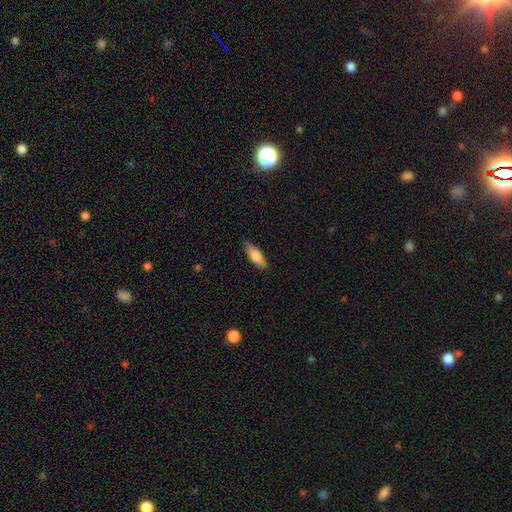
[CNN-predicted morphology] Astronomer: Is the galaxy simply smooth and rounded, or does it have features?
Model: smooth — 77%.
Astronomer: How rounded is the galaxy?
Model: in between — 62%.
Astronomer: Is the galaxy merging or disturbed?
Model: none — 83%.